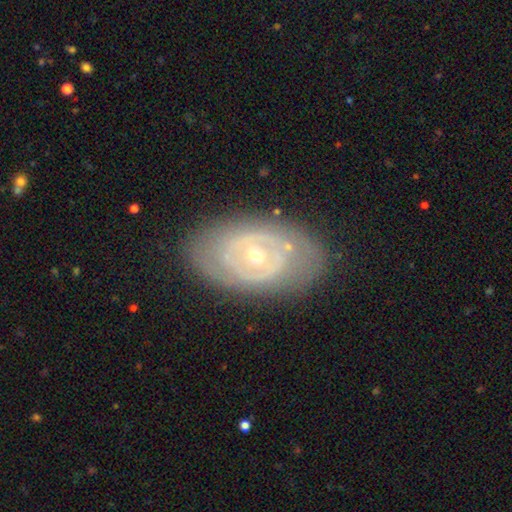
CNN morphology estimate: type=featured or disk (76%); edge-on=no (93%); bar=no (79%); spiral arms=no (56%); bulge=small (55%); merging=none (77%).